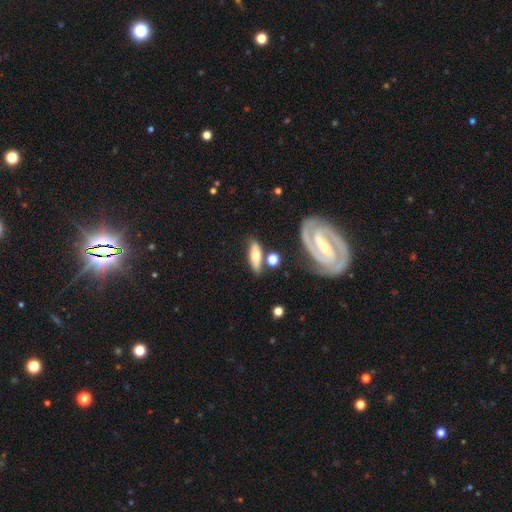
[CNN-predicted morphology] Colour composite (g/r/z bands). It shows a smooth galaxy with no disk features (47%). Merging: none (71%).